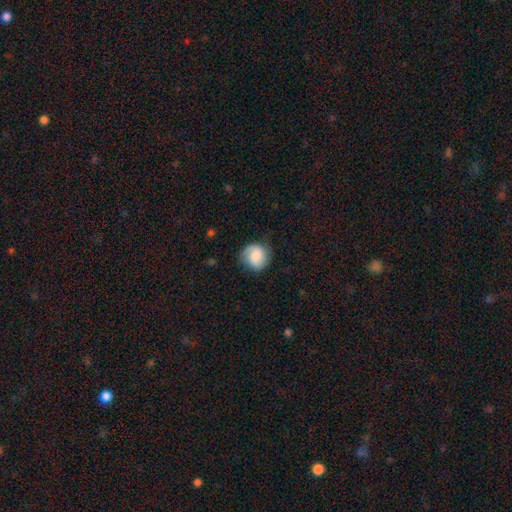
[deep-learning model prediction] This is possibly a smooth galaxy (56%). How rounded: clearly round (82%). Merging: likely none (73%).